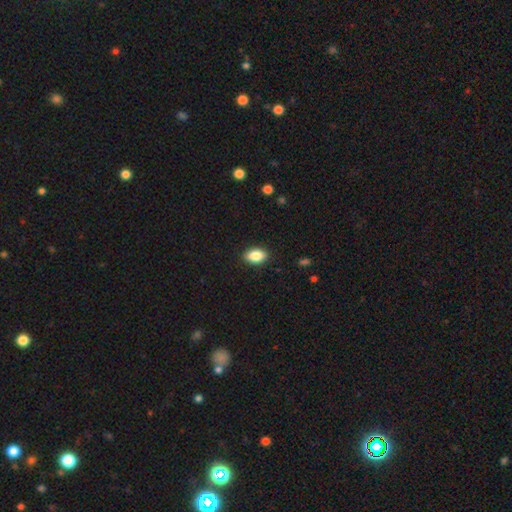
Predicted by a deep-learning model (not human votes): Q: Smooth or featured?
A: smooth (87%); runner-up: star or artifact (8%)
Q: How rounded?
A: in between (90%); runner-up: round (8%)
Q: Merging?
A: none (90%); runner-up: minor disturbance (8%)